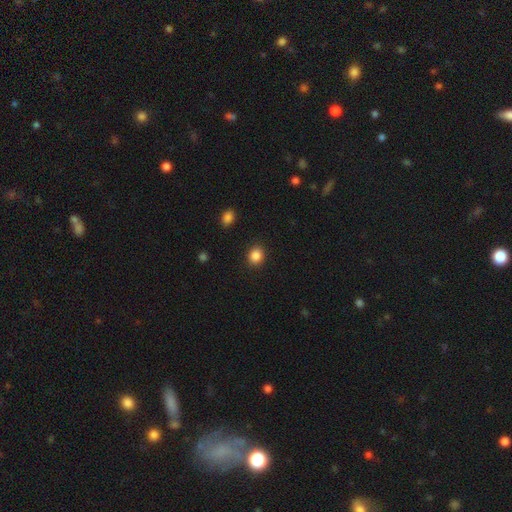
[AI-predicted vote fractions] smooth_or_featured: smooth (p=0.86) [alt: star or artifact p=0.10]
how_rounded: round (p=0.71) [alt: in between p=0.28]
merging: none (p=0.90) [alt: minor disturbance p=0.06]